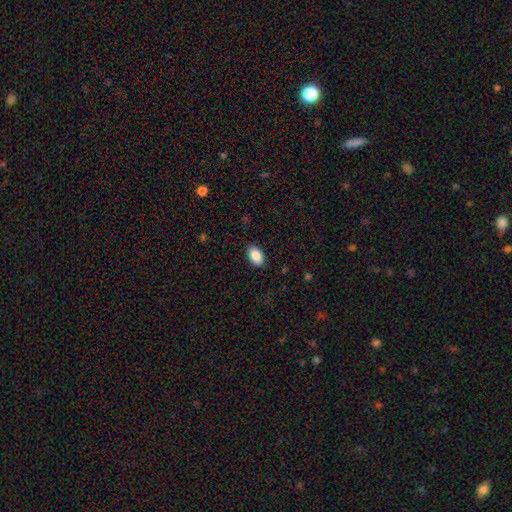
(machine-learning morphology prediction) Smooth or featured: smooth — 88% (star or artifact — 7%)
How rounded: in between — 90% (round — 9%)
Merging: none — 88% (minor disturbance — 9%)